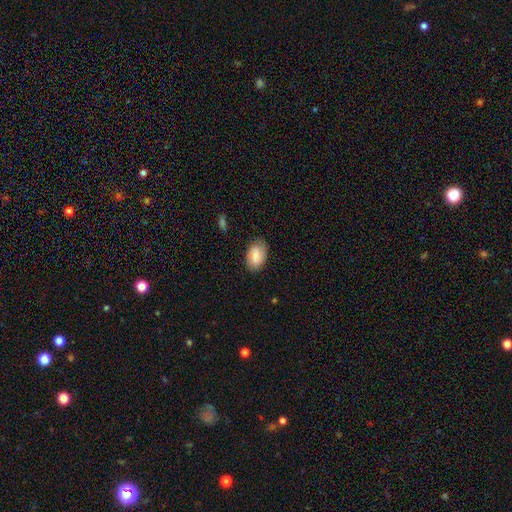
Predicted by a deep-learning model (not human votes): This appears to be a smooth galaxy with no disk features (73%) that is in between round and cigar-shaped (92%). Merging: none (75%).